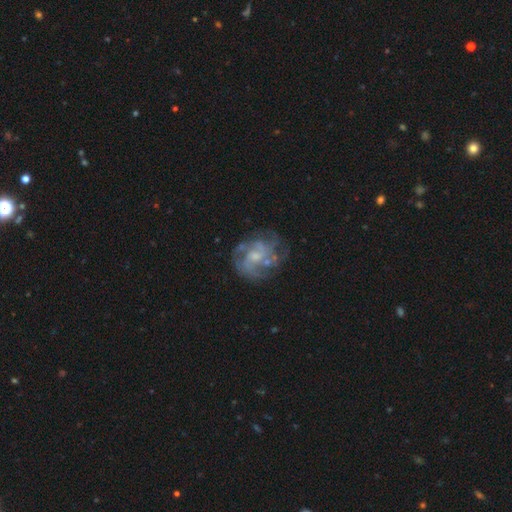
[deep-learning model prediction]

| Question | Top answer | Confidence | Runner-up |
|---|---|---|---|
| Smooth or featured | featured or disk | 81% | smooth (11%) |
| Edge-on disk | no | 98% | yes (2%) |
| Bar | no | 60% | weak (35%) |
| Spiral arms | yes | 87% | no (13%) |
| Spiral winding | medium | 43% | tight (41%) |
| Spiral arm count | can't tell | 35% | 3 (22%) |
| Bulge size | small | 42% | moderate (40%) |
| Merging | none | 65% | minor disturbance (18%) |